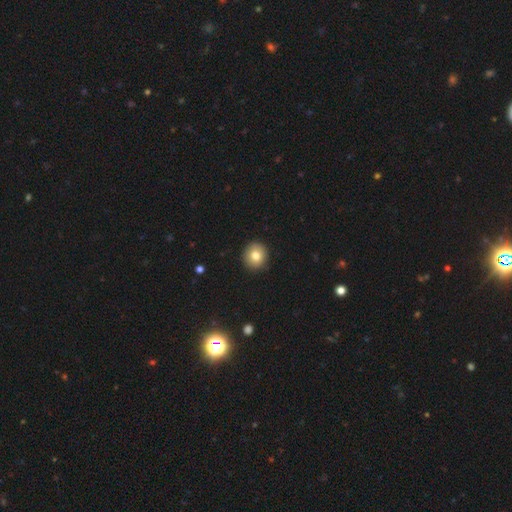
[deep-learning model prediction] Smooth or featured? smooth (80%)
How rounded? round (88%)
Merging? none (92%)